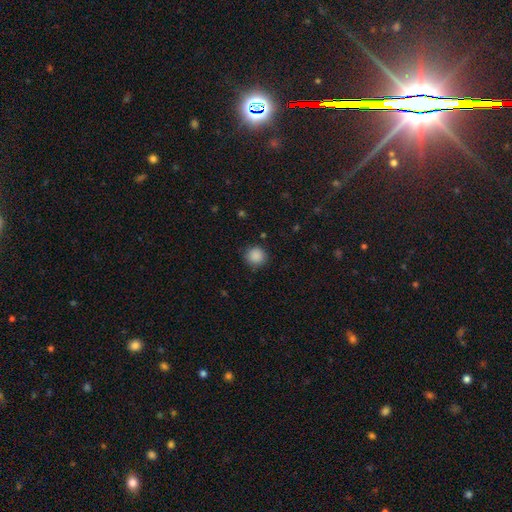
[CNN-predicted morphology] smooth-or-featured: smooth: 88% | star or artifact: 9% | featured or disk: 3%
  how-rounded: round: 93% | in between: 6% | cigar-shaped: 1%
  merging: none: 87% | minor disturbance: 9% | major disturbance: 3% | merger: 1%